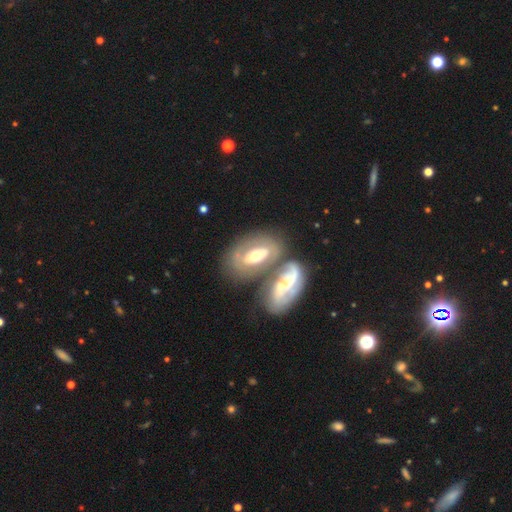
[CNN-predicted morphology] smooth_or_featured: featured or disk (p=0.65) [alt: smooth p=0.30]
disk_edge_on: no (p=0.90) [alt: yes p=0.10]
bar: no (p=0.49) [alt: weak p=0.28]
has_spiral_arms: yes (p=0.57) [alt: no p=0.43]
bulge_size: moderate (p=0.67) [alt: small p=0.16]
merging: none (p=0.41) [alt: merger p=0.37]